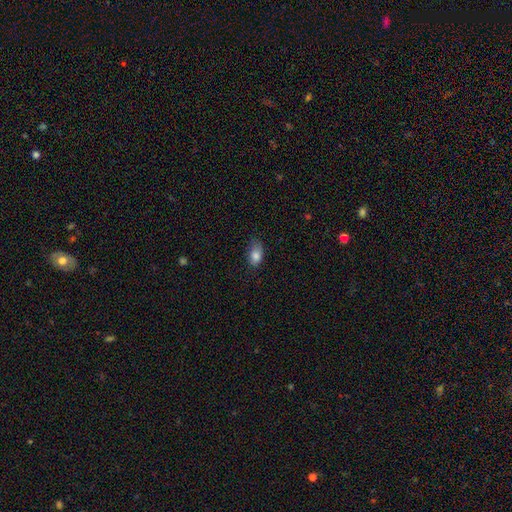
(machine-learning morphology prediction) The model was most divided on "merging": none: 56%, minor disturbance: 34%, major disturbance: 9%, merger: 2%. More confident: how rounded — in between (86%); smooth or featured — smooth (83%).